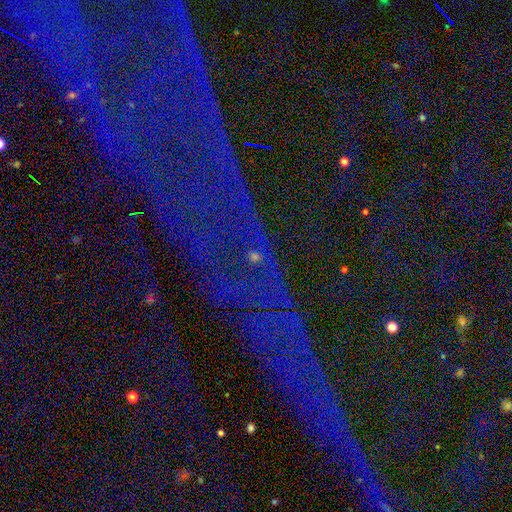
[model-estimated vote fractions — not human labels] This appears to be a star or artifact, not a galaxy (83%).